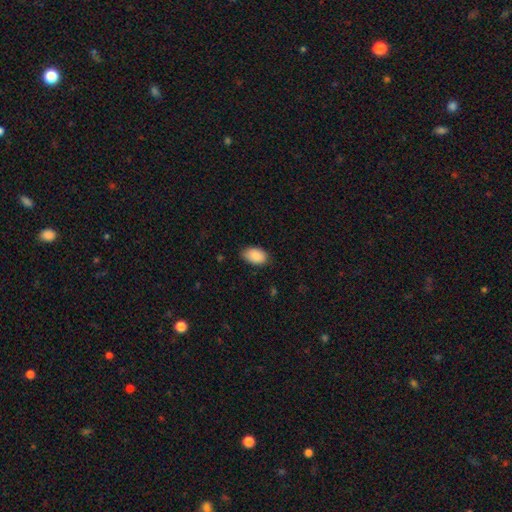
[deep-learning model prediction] Morphology: type=smooth (89%); roundness=in between (92%); merging=none (80%).